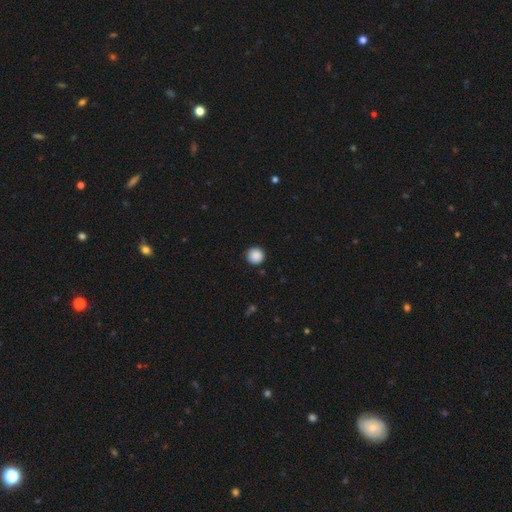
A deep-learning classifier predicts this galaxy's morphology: Smooth or featured?
  - smooth: 89% *
  - star or artifact: 9%
  - featured or disk: 3%
How rounded?
  - round: 95% *
  - in between: 4%
  - cigar-shaped: 1%
Merging?
  - none: 91% *
  - minor disturbance: 6%
  - major disturbance: 2%
  - merger: 1%